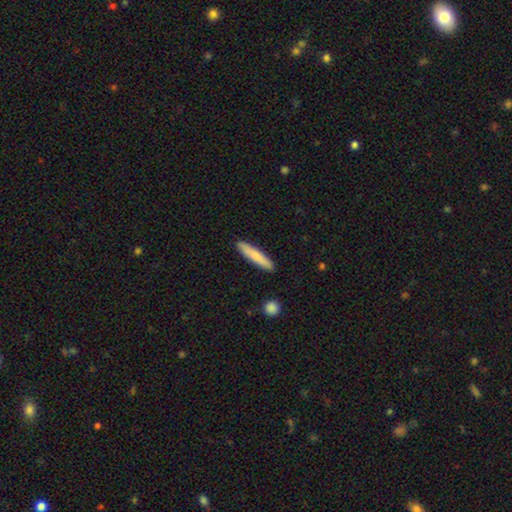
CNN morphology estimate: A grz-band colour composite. It shows a smooth galaxy with no disk features (78%) that is cigar-shaped (90%). Merging: none (90%).